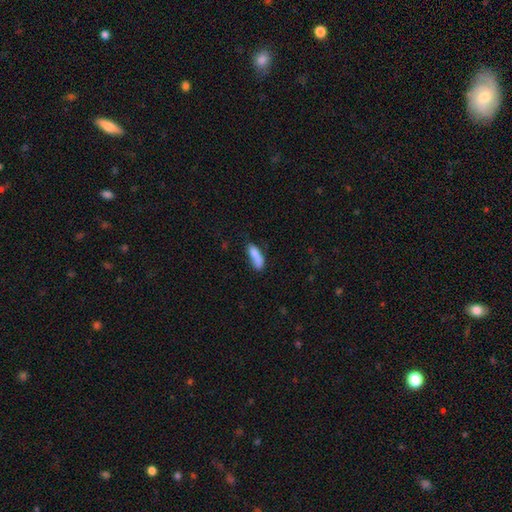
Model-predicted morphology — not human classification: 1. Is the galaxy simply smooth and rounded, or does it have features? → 82% smooth, 10% featured or disk, 8% star or artifact.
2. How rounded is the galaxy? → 53% in between, 45% cigar-shaped, 2% round.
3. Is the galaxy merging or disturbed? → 50% none, 28% minor disturbance, 12% merger, 11% major disturbance.